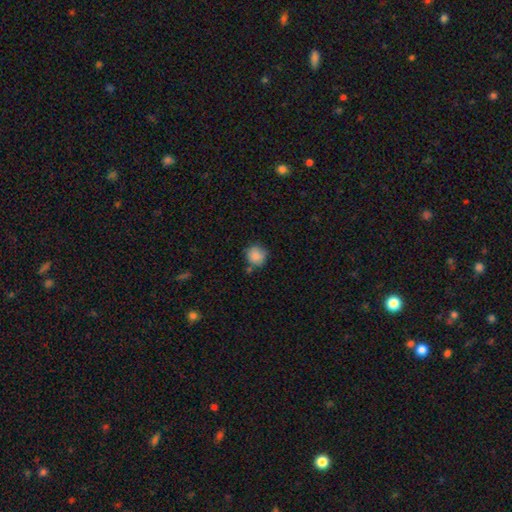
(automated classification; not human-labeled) The model was most divided on "merging": none: 71%, minor disturbance: 18%, merger: 6%, major disturbance: 4%. More confident: how rounded — round (88%); smooth or featured — smooth (86%).